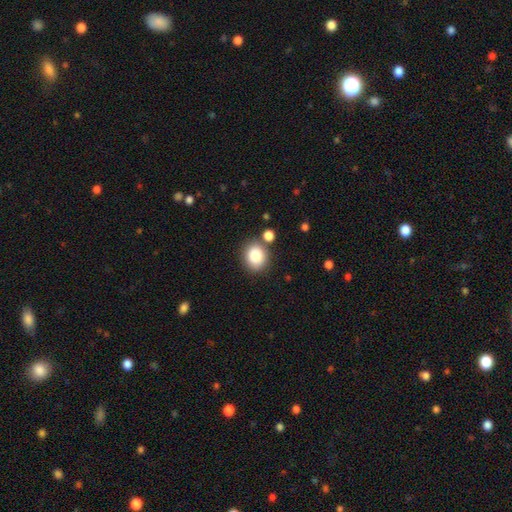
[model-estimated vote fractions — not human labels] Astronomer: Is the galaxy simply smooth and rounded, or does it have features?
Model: smooth — 84%.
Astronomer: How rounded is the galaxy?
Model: round — 71%.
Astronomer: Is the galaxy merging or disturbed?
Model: none — 77%.